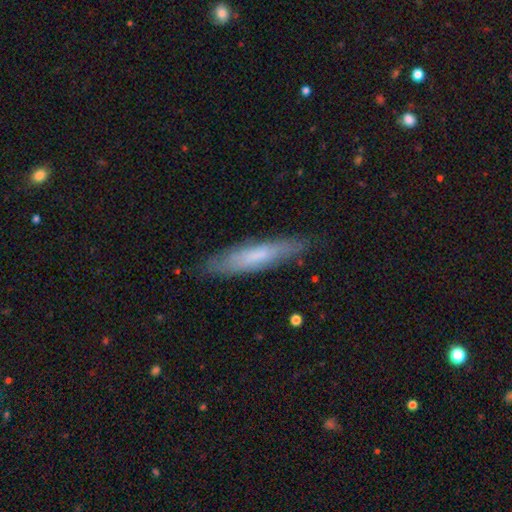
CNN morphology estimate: This is possibly a smooth galaxy (60%). How rounded: clearly cigar-shaped (84%). Merging: clearly none (82%).